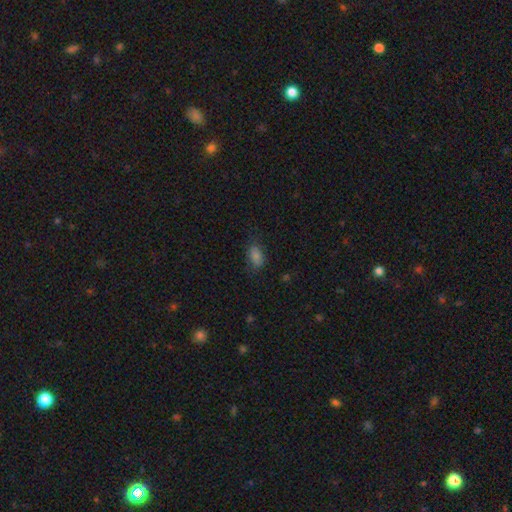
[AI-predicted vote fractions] Smooth or featured: smooth — 79% (star or artifact — 13%)
How rounded: in between — 88% (round — 8%)
Merging: none — 72% (minor disturbance — 20%)